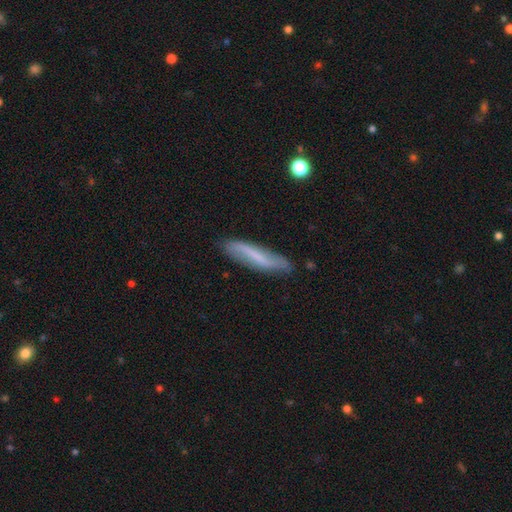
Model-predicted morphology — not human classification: Smooth or featured: featured or disk — 48% (smooth — 44%)
Merging: none — 78% (minor disturbance — 16%)